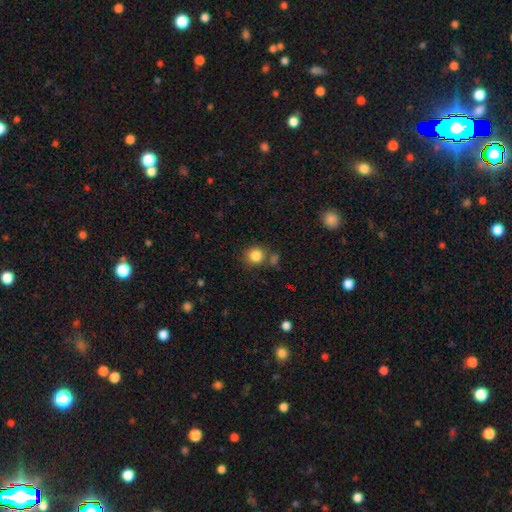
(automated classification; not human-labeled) Morphology: type=smooth (84%); roundness=round (88%); merging=none (73%).